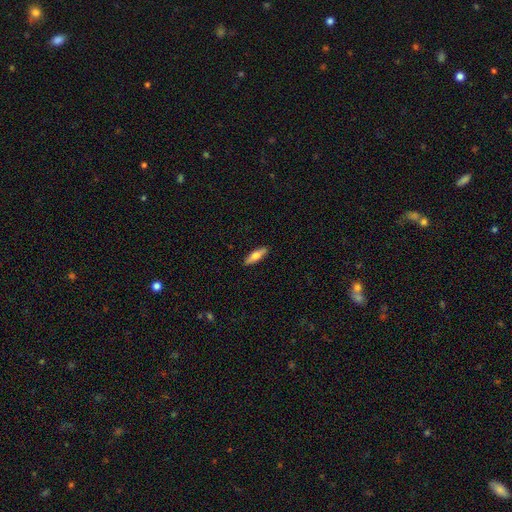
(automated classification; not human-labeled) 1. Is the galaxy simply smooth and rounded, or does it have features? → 67% smooth, 28% featured or disk, 6% star or artifact.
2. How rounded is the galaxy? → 52% cigar-shaped, 46% in between, 2% round.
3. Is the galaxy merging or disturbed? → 89% none, 8% minor disturbance, 2% major disturbance, 1% merger.